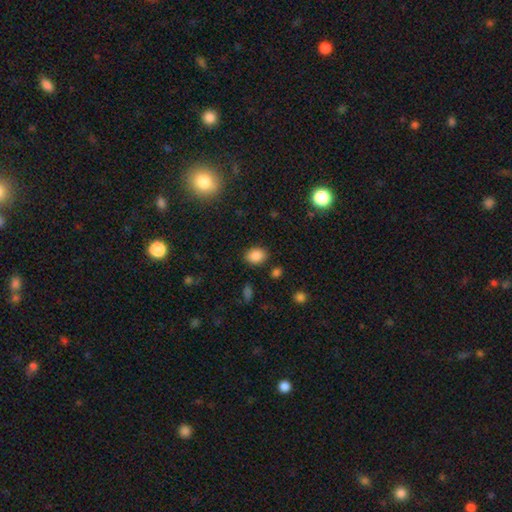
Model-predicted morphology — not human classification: Smooth or featured?
  - smooth: 86% *
  - star or artifact: 10%
  - featured or disk: 4%
How rounded?
  - in between: 59% *
  - round: 40%
  - cigar-shaped: 1%
Merging?
  - none: 85% *
  - minor disturbance: 10%
  - major disturbance: 3%
  - merger: 2%